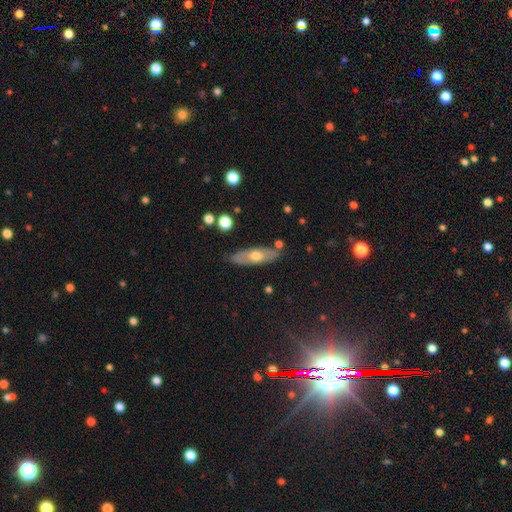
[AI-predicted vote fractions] smooth 48%, featured or disk 44%, star or artifact 7%. Down the decision tree: merging — none (82%).